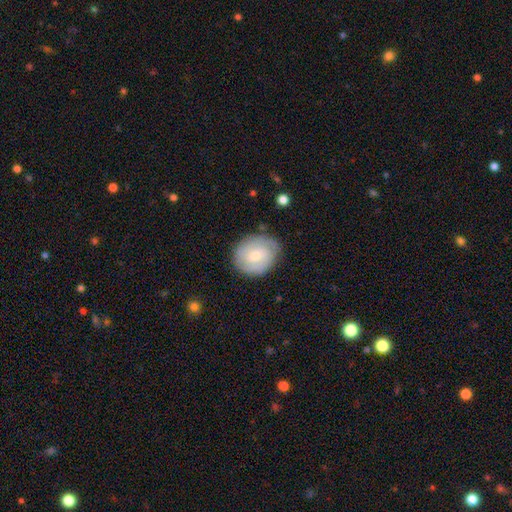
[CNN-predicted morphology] The model was most divided on "smooth or featured": smooth: 50%, featured or disk: 43%, star or artifact: 7%. More confident: merging — none (80%); how rounded — round (70%).